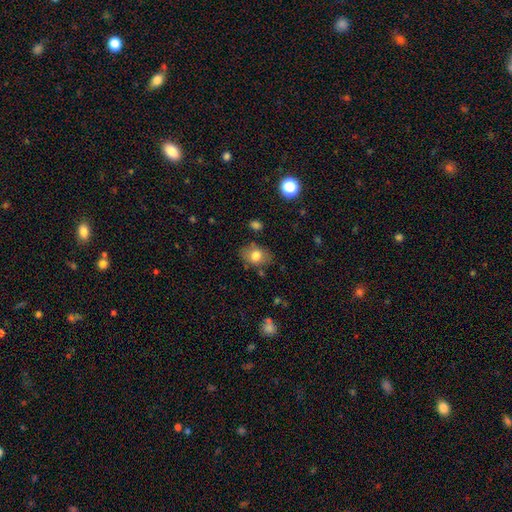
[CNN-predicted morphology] smooth_or_featured: smooth (p=0.76) [alt: featured or disk p=0.15]
how_rounded: in between (p=0.72) [alt: round p=0.26]
merging: none (p=0.75) [alt: minor disturbance p=0.17]